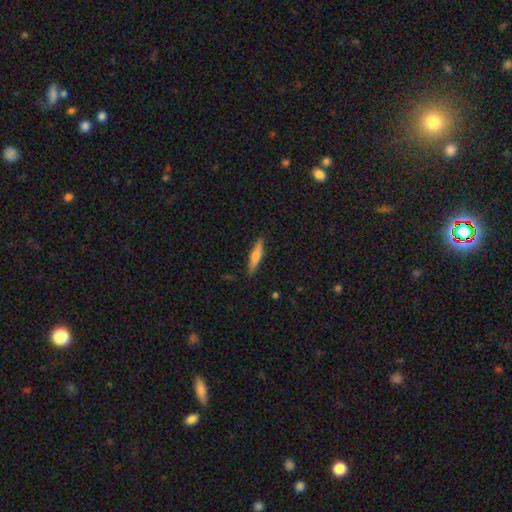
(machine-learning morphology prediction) This appears to be a smooth galaxy with no disk features (55%) that is cigar-shaped (83%). Merging: none (88%).